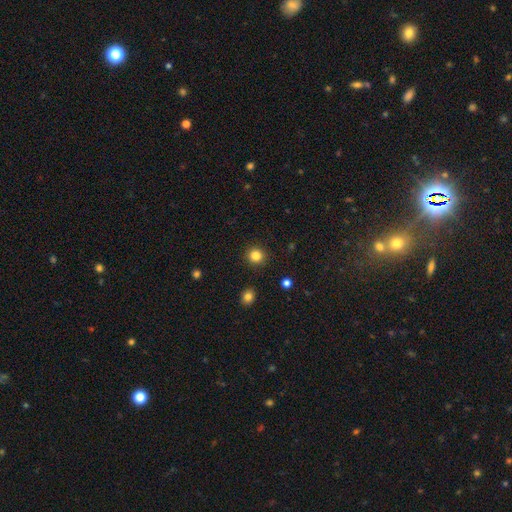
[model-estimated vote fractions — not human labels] Q: Smooth or featured?
A: smooth (84%); runner-up: star or artifact (12%)
Q: How rounded?
A: round (93%); runner-up: in between (6%)
Q: Merging?
A: none (92%); runner-up: minor disturbance (5%)